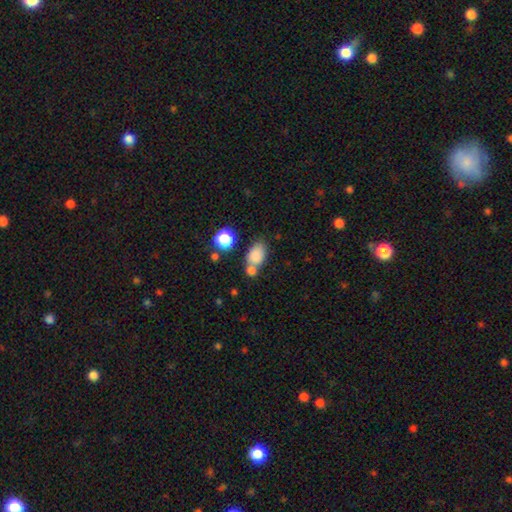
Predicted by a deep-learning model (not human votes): A smooth galaxy with no disk features (82%) that is in between round and cigar-shaped (82%).

Vote fractions:
- Smooth or featured? smooth: 82% / star or artifact: 11% / featured or disk: 8%
- How rounded? in between: 82% / round: 17% / cigar-shaped: 2%
- Merging? none: 49% / merger: 32% / minor disturbance: 14% / major disturbance: 5%